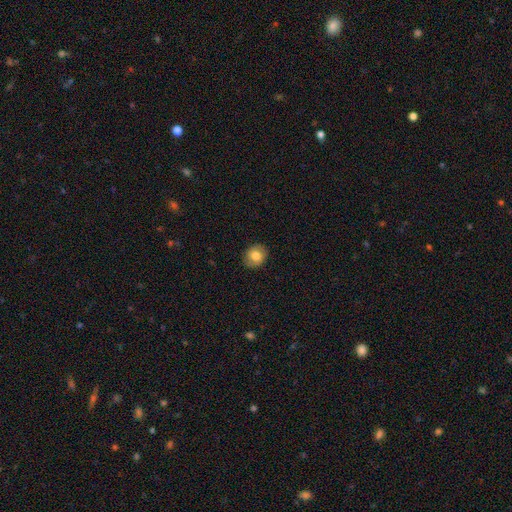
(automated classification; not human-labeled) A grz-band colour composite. It shows a smooth galaxy with no disk features (78%) that is round (66%). Merging: none (87%).